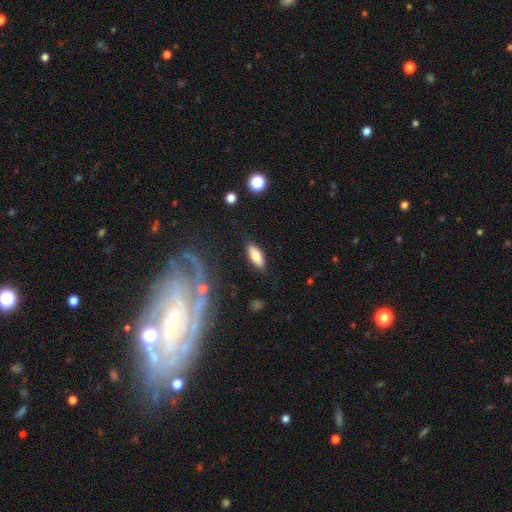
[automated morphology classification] A smooth galaxy with no disk features (78%) that is in between round and cigar-shaped (75%).

Vote fractions:
- Smooth or featured? smooth: 78% / featured or disk: 15% / star or artifact: 7%
- How rounded? in between: 75% / cigar-shaped: 23% / round: 2%
- Merging? none: 83% / minor disturbance: 11% / major disturbance: 3% / merger: 2%